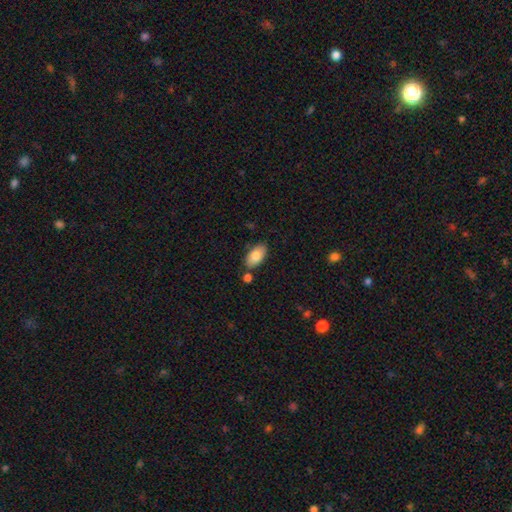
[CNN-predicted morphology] A smooth galaxy with no disk features (84%) that is in between round and cigar-shaped (94%). Merging: none (76%).